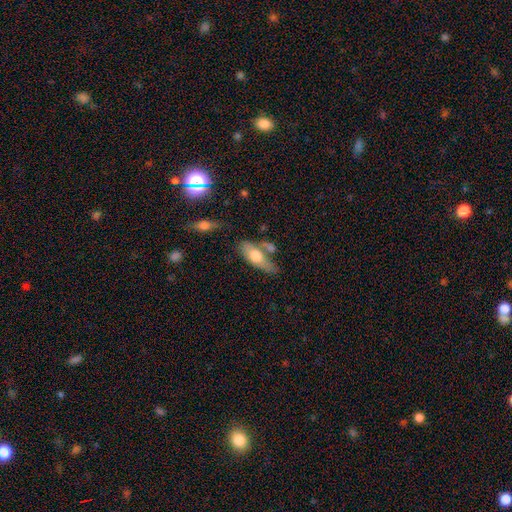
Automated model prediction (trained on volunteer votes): Morphology: type=smooth (59%); roundness=in between (70%); merging=none (44%).